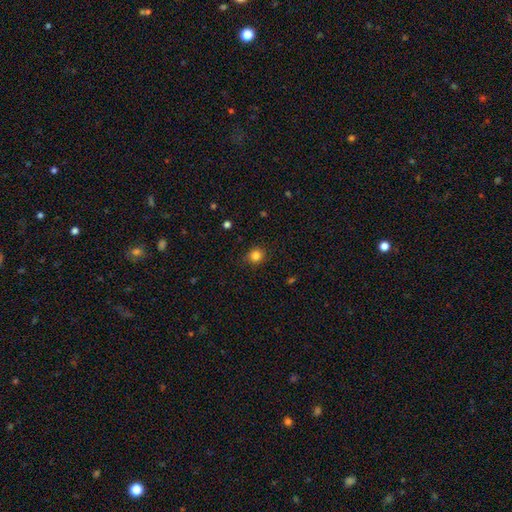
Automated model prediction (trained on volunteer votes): This is clearly a smooth galaxy (83%). How rounded: clearly round (85%). Merging: clearly none (87%).